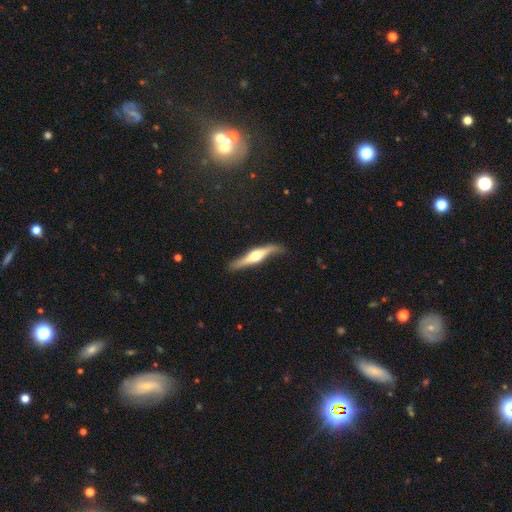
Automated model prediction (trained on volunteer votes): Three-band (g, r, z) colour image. It shows a featured or disk galaxy (71%) viewed edge-on (93%) with a rounded central bulge (92%). Merging: none (79%).